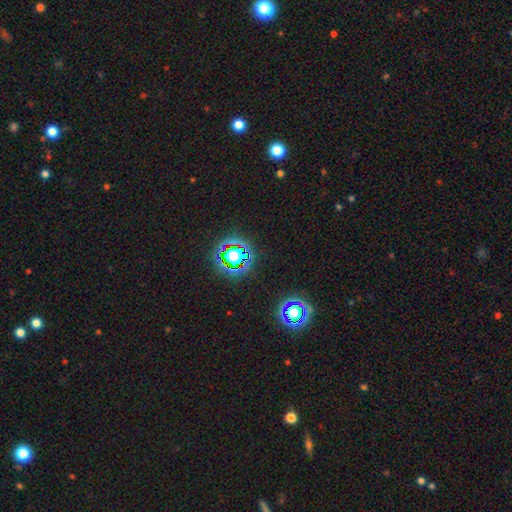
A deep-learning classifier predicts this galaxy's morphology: A star or artifact, not a galaxy (82%).